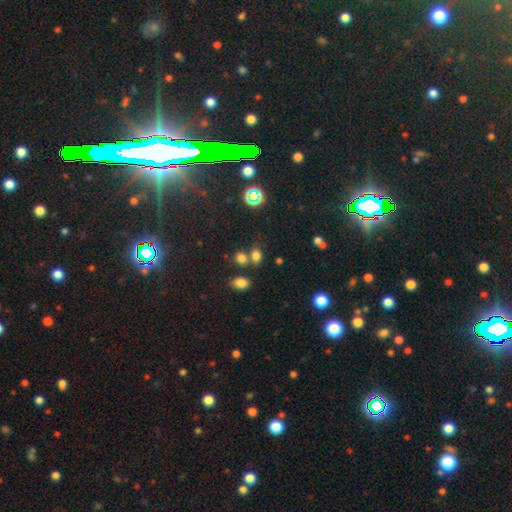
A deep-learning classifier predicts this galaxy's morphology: smooth_or_featured: smooth (p=0.72) [alt: star or artifact p=0.21]
how_rounded: in between (p=0.68) [alt: round p=0.30]
merging: none (p=0.58) [alt: merger p=0.26]